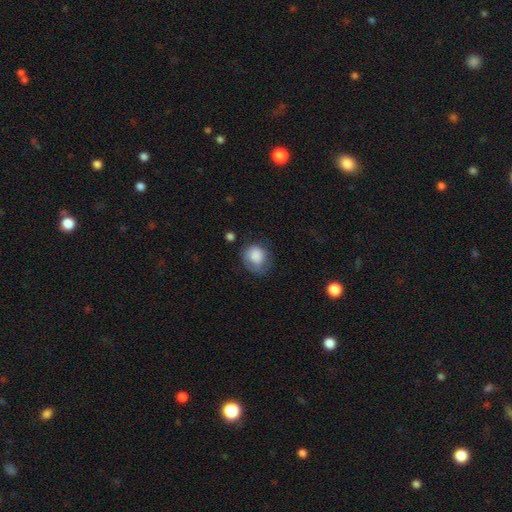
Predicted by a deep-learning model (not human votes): Overall: smooth (82%). How rounded: round (69%; in between 30%). Merging: none (54%; minor disturbance 29%).